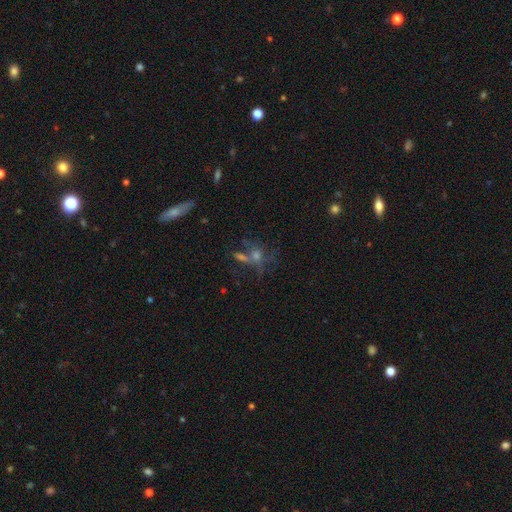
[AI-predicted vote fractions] A featured or disk galaxy (36%). Merging: none (49%).